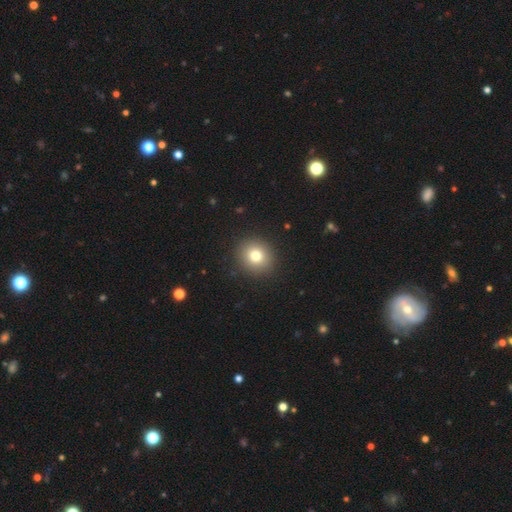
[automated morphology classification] This appears to be a smooth galaxy with no disk features (78%) that is round (87%). Merging: none (91%).